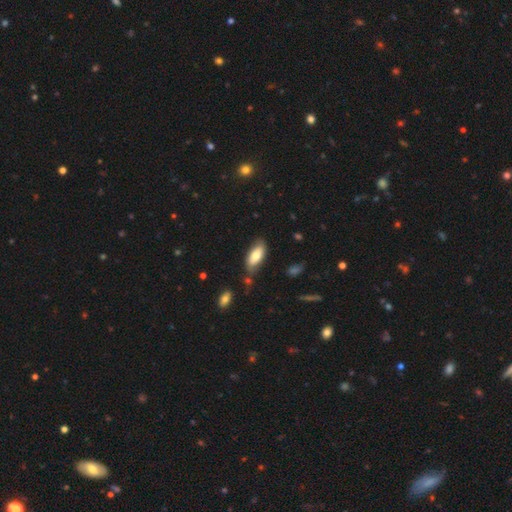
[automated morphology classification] smooth-or-featured: smooth: 74% | featured or disk: 19% | star or artifact: 6%
  how-rounded: in between: 86% | cigar-shaped: 11% | round: 2%
  merging: none: 69% | minor disturbance: 21% | merger: 5% | major disturbance: 5%